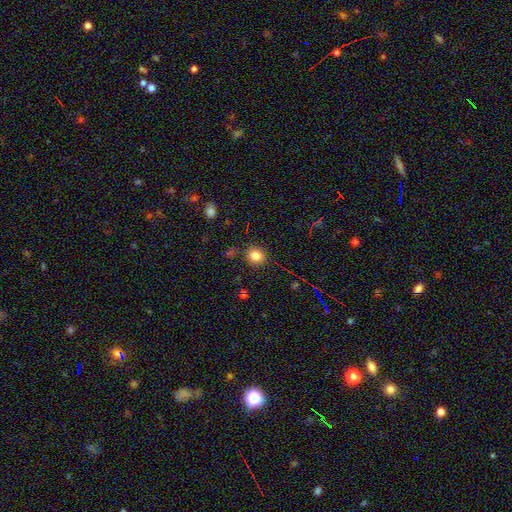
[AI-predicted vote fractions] A smooth galaxy with no disk features (82%) that is round (83%).

Vote fractions:
- Smooth or featured? smooth: 82% / star or artifact: 12% / featured or disk: 6%
- How rounded? round: 83% / in between: 16% / cigar-shaped: 1%
- Merging? none: 86% / minor disturbance: 9% / major disturbance: 3% / merger: 2%